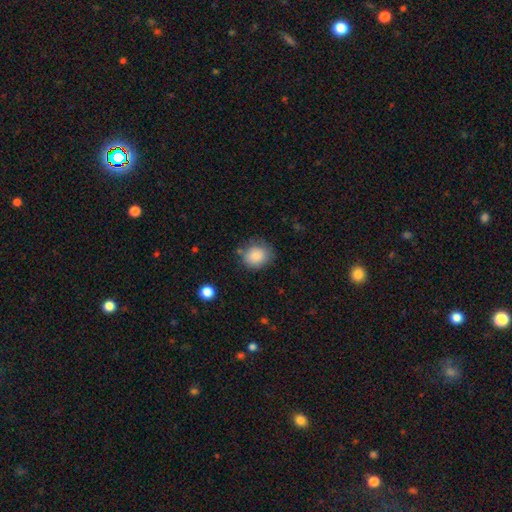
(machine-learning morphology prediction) Overall: smooth (86%). How rounded: round (68%; in between 32%). Merging: none (72%).